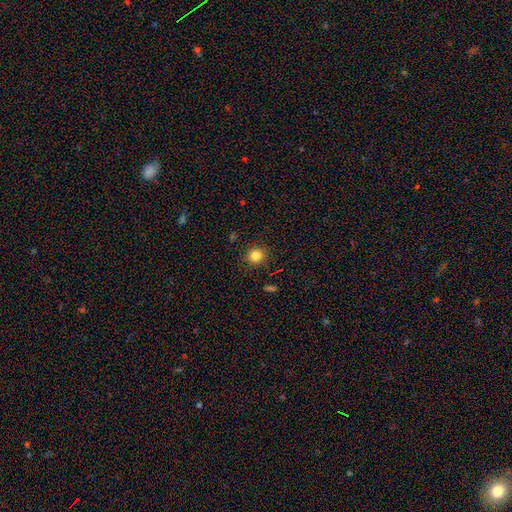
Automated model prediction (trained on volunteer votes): This appears to be a smooth galaxy with no disk features (83%) that is round (85%). Merging: none (89%).